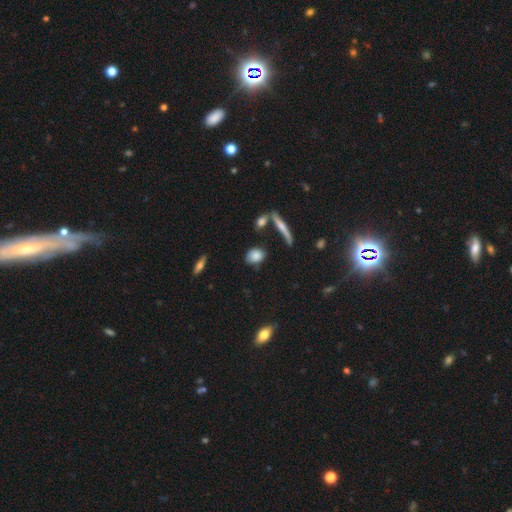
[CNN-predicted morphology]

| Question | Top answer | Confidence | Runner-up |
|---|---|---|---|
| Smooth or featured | smooth | 79% | featured or disk (13%) |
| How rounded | in between | 71% | round (23%) |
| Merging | none | 63% | minor disturbance (22%) |